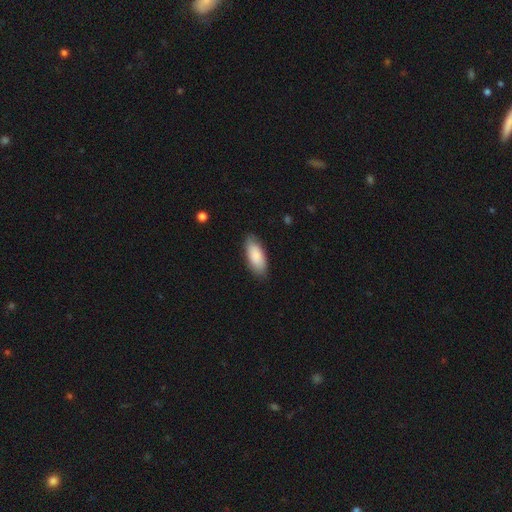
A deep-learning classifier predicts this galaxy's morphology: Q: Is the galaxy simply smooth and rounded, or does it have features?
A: smooth — 86%.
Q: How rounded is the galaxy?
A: in between — 85%.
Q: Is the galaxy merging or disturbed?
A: none — 83%.